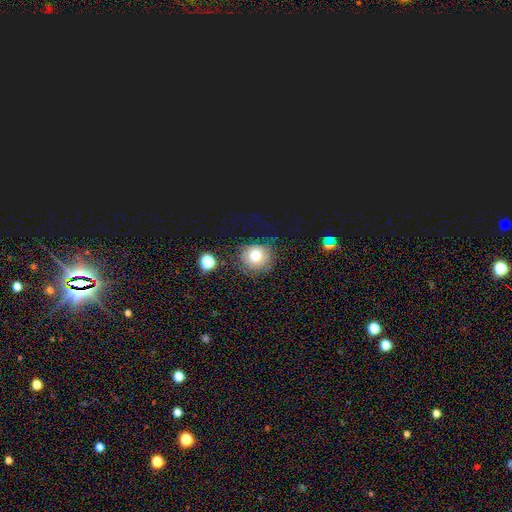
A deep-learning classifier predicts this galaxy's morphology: Smooth or featured? smooth (63%)
How rounded? round (89%)
Merging? none (76%)